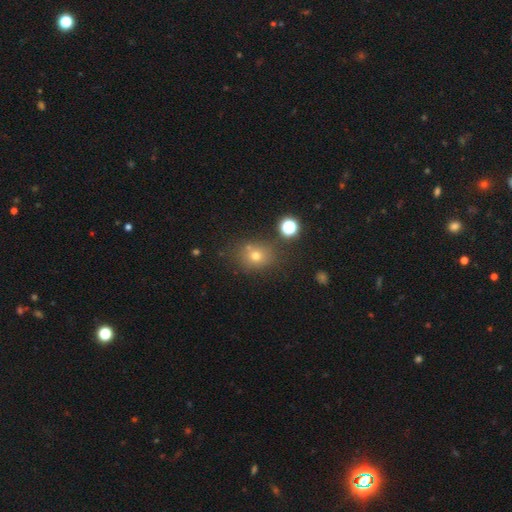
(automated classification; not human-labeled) This is likely a smooth galaxy (68%). How rounded: likely round (64%). Merging: likely none (72%).